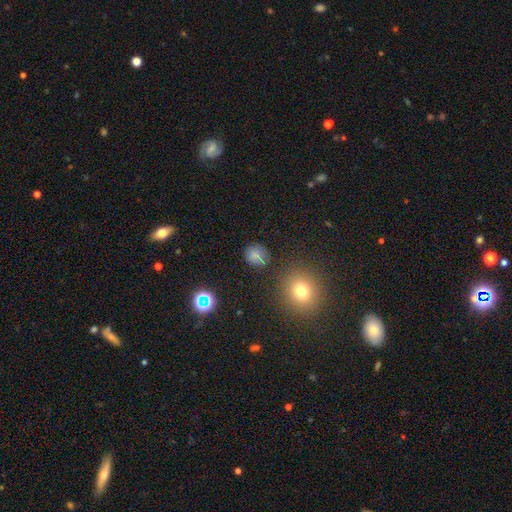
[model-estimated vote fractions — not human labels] Smooth or featured: smooth — 71% (star or artifact — 19%)
How rounded: round — 78% (in between — 21%)
Merging: none — 74% (minor disturbance — 17%)